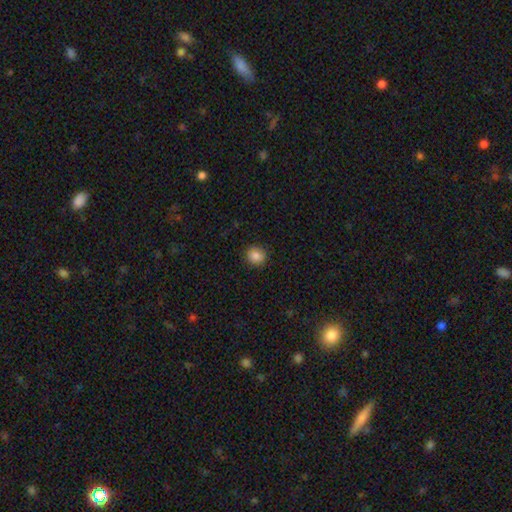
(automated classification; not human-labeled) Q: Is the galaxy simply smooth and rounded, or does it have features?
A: smooth — 86%.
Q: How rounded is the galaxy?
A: round — 87%.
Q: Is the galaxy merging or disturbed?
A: none — 90%.